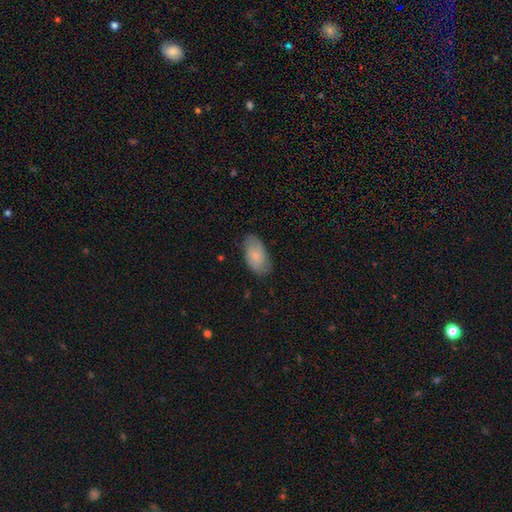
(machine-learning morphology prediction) A smooth galaxy with no disk features (62%) that is in between round and cigar-shaped (94%). Merging: none (77%).